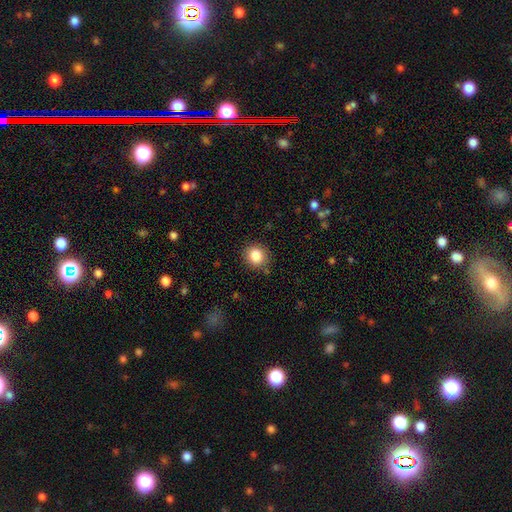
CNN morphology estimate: smooth 84%, star or artifact 10%, featured or disk 6%. Down the decision tree: how rounded — round (81%); merging — none (86%).